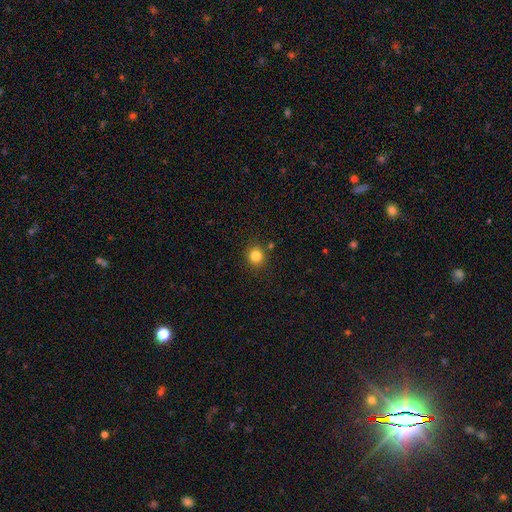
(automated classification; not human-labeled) Smooth or featured? Predicted: smooth (p=0.82). How rounded? Predicted: round (p=0.90). Merging? Predicted: none (p=0.87).